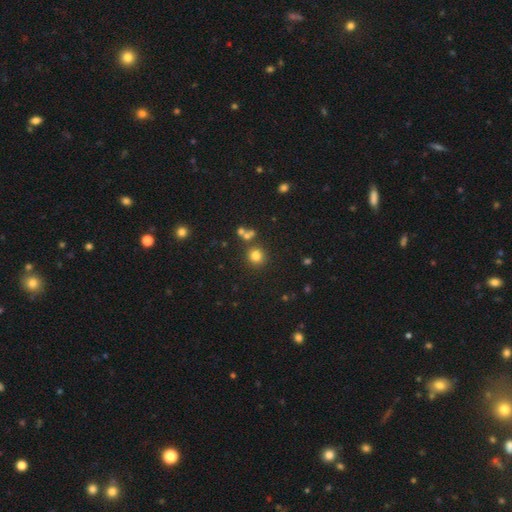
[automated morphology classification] The model was most divided on "smooth or featured": smooth: 78%, star or artifact: 15%, featured or disk: 7%. More confident: how rounded — round (91%); merging — none (78%).